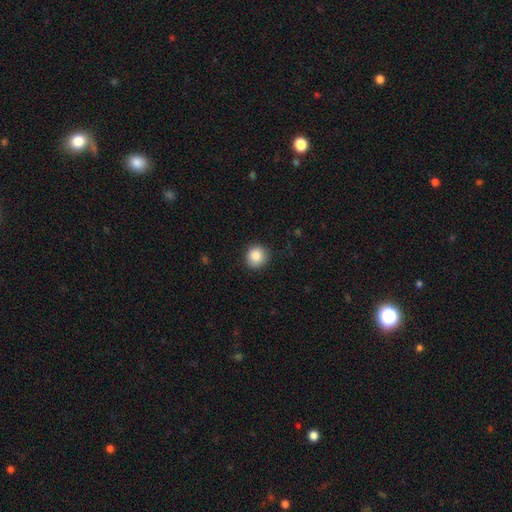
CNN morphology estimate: Q: Smooth or featured?
A: smooth (87%); runner-up: star or artifact (9%)
Q: How rounded?
A: round (90%); runner-up: in between (9%)
Q: Merging?
A: none (89%); runner-up: minor disturbance (8%)